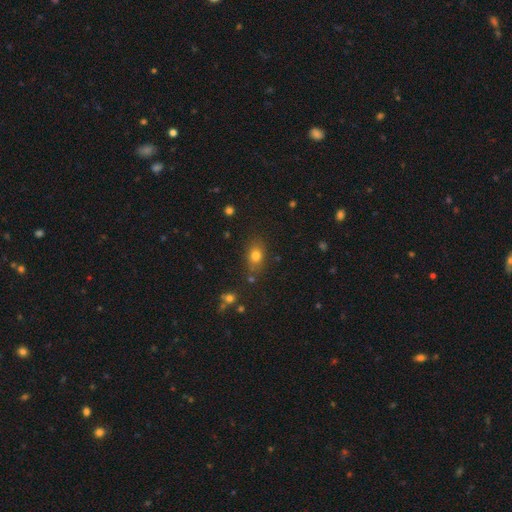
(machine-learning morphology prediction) Smooth or featured: smooth — 77% (star or artifact — 14%)
How rounded: in between — 67% (round — 31%)
Merging: none — 76% (minor disturbance — 15%)